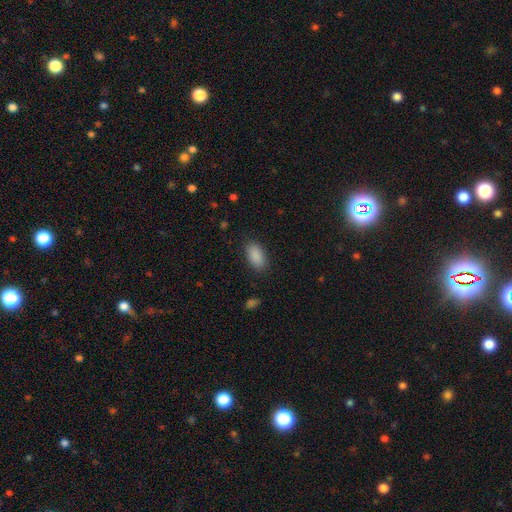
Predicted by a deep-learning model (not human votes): The model was most divided on "merging": none: 86%, minor disturbance: 10%, major disturbance: 3%, merger: 1%. More confident: how rounded — in between (93%); smooth or featured — smooth (89%).